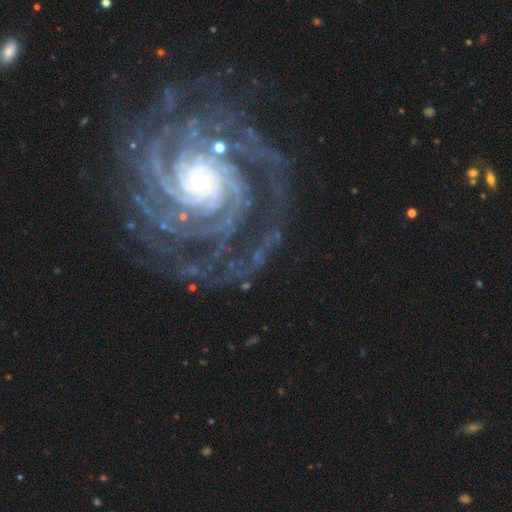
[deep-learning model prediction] A featured or disk galaxy (90%) with no bar (73%), more than 4 (20%) tight (79%) spiral arms (98%) and a small central bulge (63%). Merging: none (76%).